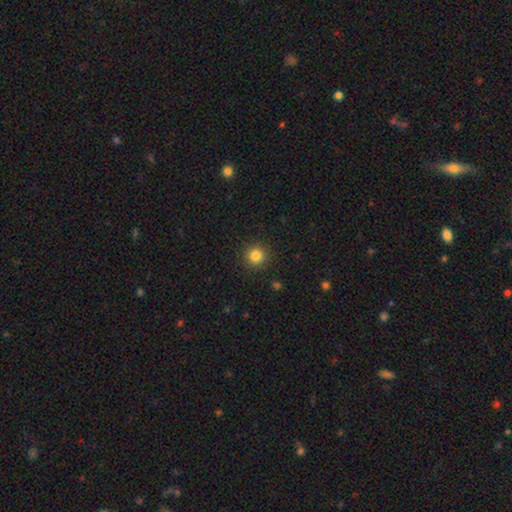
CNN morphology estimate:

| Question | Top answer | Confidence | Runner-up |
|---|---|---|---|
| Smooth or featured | smooth | 84% | star or artifact (11%) |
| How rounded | round | 95% | in between (4%) |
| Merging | none | 91% | minor disturbance (5%) |